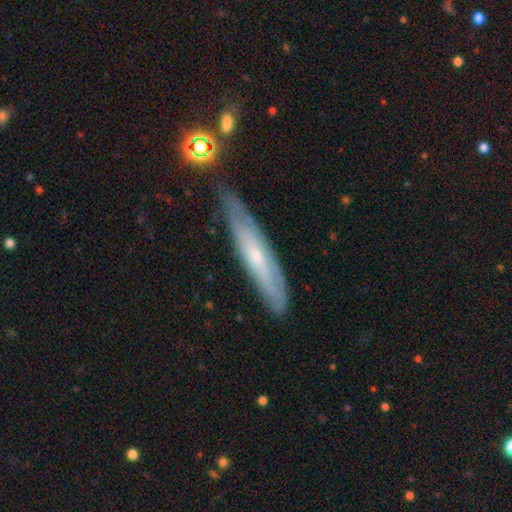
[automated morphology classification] smooth_or_featured: featured or disk (p=0.57) [alt: smooth p=0.36]
disk_edge_on: yes (p=0.61) [alt: no p=0.39]
merging: none (p=0.74) [alt: minor disturbance p=0.19]